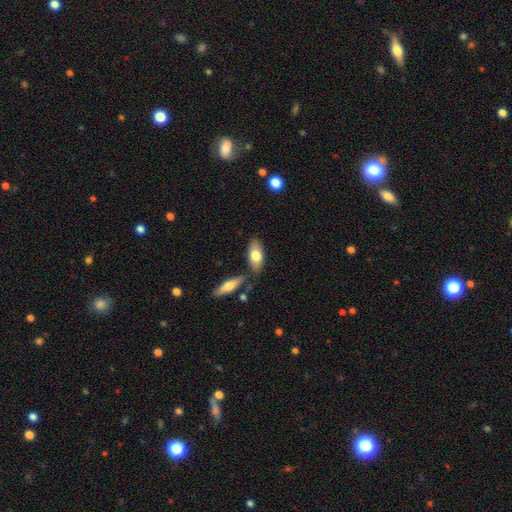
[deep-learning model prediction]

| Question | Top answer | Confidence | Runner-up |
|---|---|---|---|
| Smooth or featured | smooth | 73% | featured or disk (21%) |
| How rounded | in between | 83% | cigar-shaped (14%) |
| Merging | none | 72% | minor disturbance (13%) |